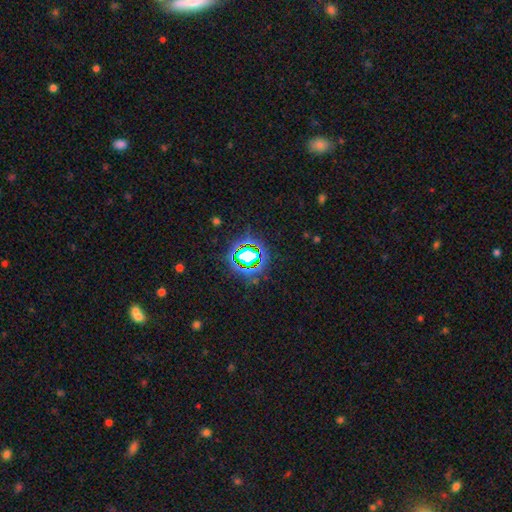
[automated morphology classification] The model was most divided on "smooth or featured": star or artifact: 76%, smooth: 15%, featured or disk: 9%.